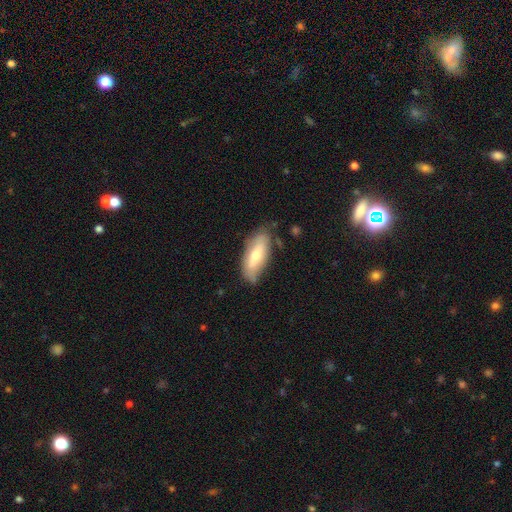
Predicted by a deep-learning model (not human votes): smooth-or-featured: smooth: 59% | featured or disk: 35% | star or artifact: 6%
  how-rounded: in between: 76% | cigar-shaped: 22% | round: 2%
  merging: none: 69% | minor disturbance: 23% | major disturbance: 5% | merger: 3%